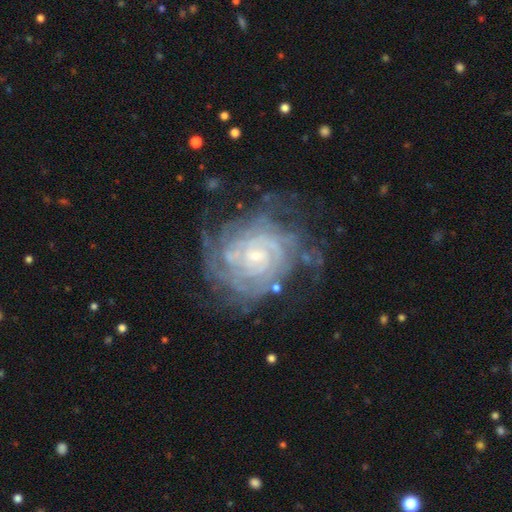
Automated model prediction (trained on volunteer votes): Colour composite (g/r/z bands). It shows a featured or disk galaxy (88%) with no bar (62%), tight (81%) spiral arms (97%) and a small central bulge (78%). Merging: none (67%).